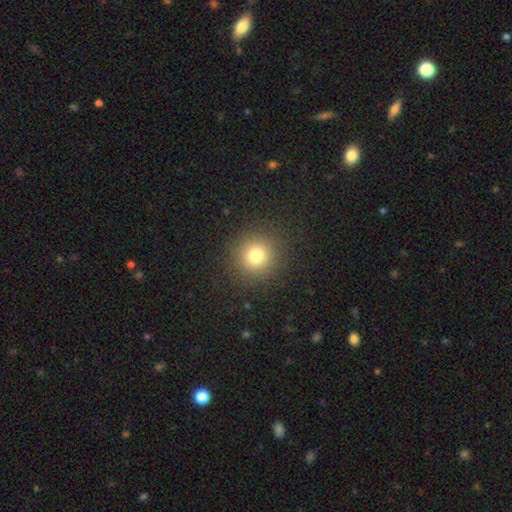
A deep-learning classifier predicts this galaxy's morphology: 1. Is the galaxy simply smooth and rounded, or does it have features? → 77% smooth, 15% star or artifact, 8% featured or disk.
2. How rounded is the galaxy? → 93% round, 6% in between, 1% cigar-shaped.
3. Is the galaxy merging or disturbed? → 90% none, 6% minor disturbance, 3% major disturbance, 1% merger.